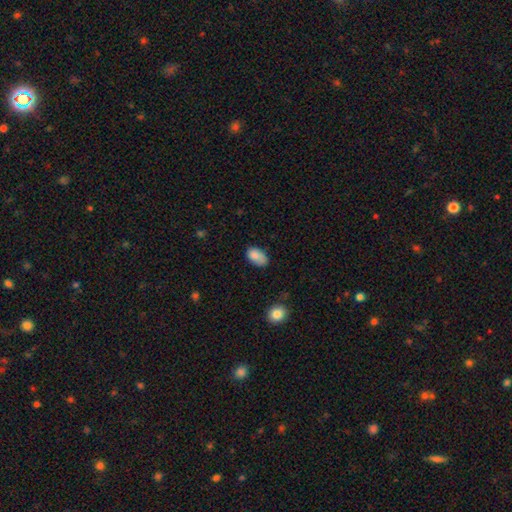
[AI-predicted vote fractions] Smooth or featured? smooth (84%)
How rounded? in between (92%)
Merging? none (65%)